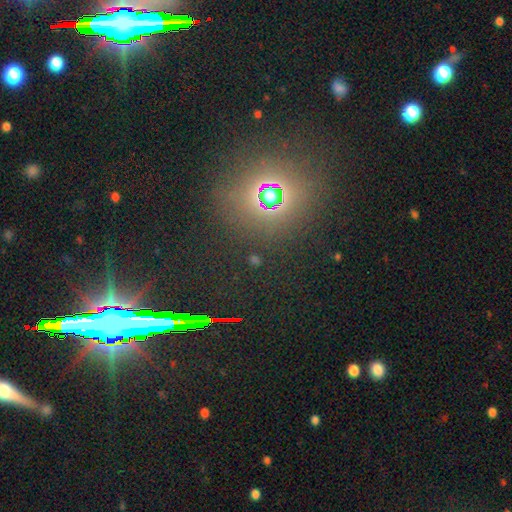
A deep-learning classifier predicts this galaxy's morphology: This is likely a star or artifact rather than a galaxy (74%).